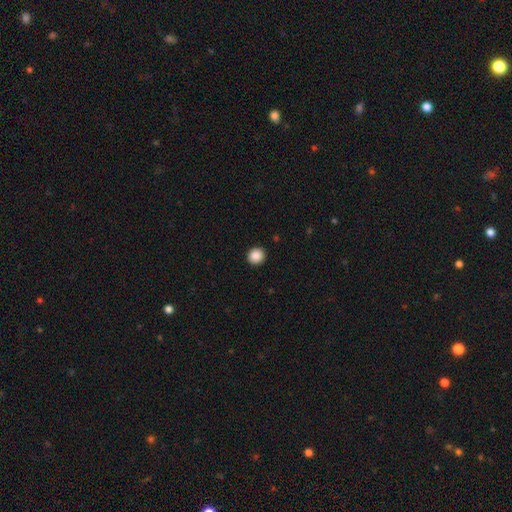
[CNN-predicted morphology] This appears to be a smooth galaxy with no disk features (88%) that is round (90%). Merging: none (92%).